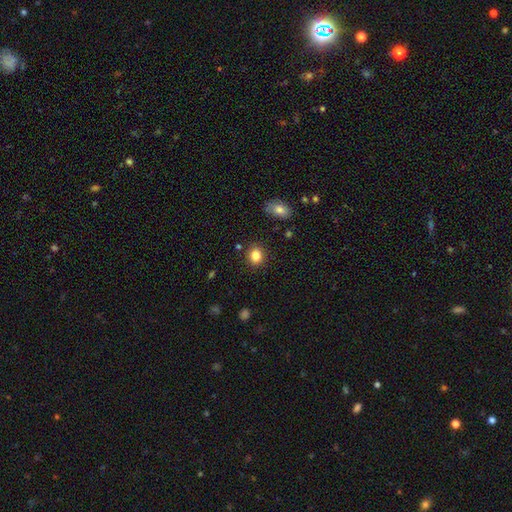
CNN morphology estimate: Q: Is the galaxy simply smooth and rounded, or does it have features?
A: smooth — 84%.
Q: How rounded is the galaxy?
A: round — 69%.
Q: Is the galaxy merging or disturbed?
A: none — 87%.